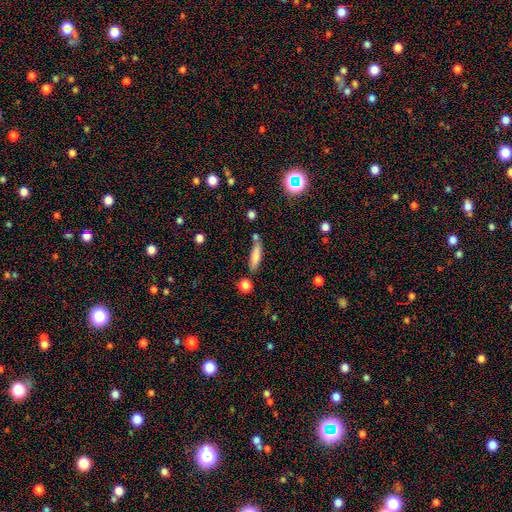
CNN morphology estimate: type=smooth (78%); roundness=cigar-shaped (68%); merging=none (68%).